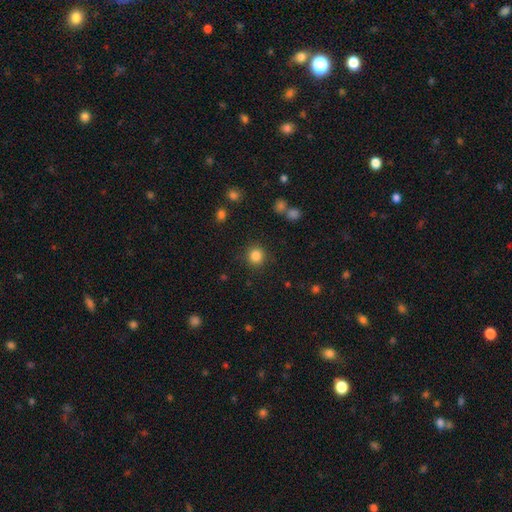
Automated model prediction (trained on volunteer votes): This appears to be a smooth galaxy with no disk features (85%) that is round (91%). Merging: none (89%).